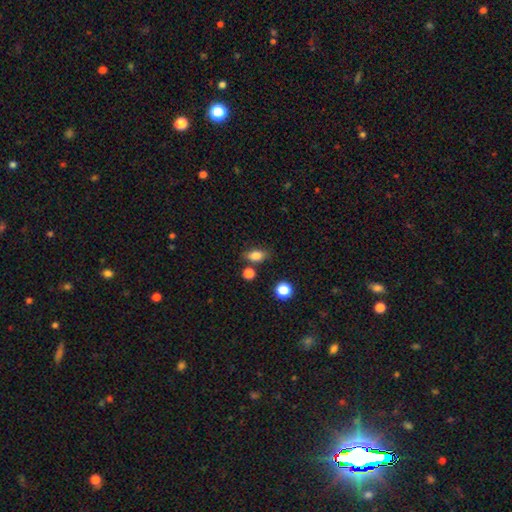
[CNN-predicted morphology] Smooth or featured? Predicted: smooth (p=0.82). How rounded? Predicted: in between (p=0.77). Merging? Predicted: none (p=0.75).